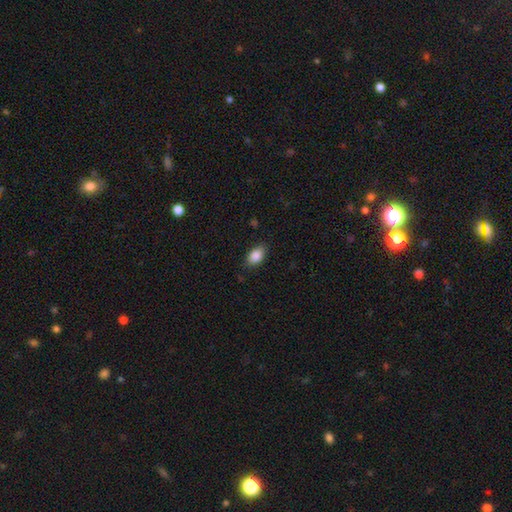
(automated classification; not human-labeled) The model was most divided on "merging": none: 82%, minor disturbance: 14%, major disturbance: 3%, merger: 1%. More confident: how rounded — in between (88%); smooth or featured — smooth (87%).